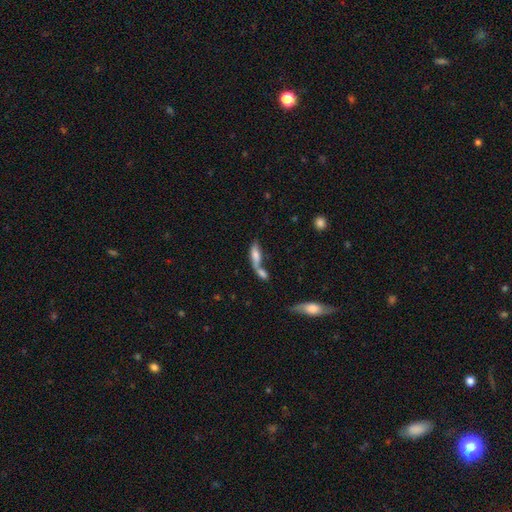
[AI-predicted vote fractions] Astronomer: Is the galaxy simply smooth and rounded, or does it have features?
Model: smooth — 67%.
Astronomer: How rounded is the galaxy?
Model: in between — 58% (runner-up: cigar-shaped, 38%).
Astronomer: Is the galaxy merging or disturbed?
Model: merger — 60%.